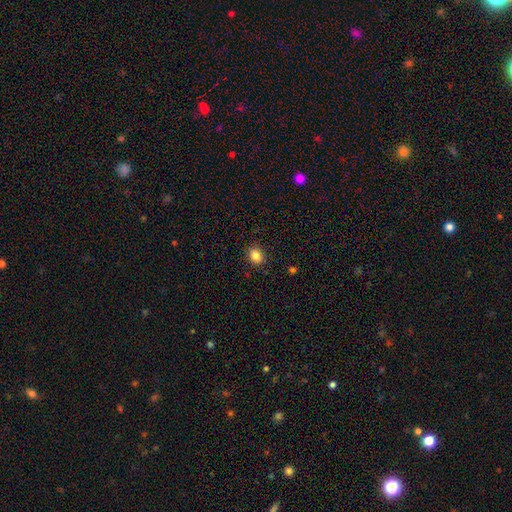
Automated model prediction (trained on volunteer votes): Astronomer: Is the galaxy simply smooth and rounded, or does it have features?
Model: smooth — 85%.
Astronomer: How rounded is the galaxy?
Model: round — 56% (runner-up: in between, 43%).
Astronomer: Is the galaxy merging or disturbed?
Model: none — 87%.